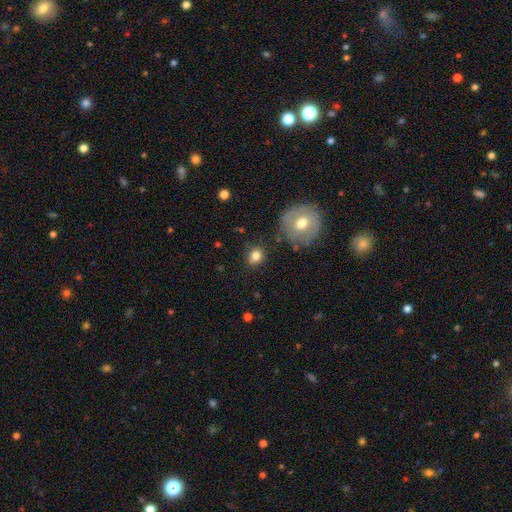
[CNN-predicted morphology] smooth-or-featured: smooth: 81% | star or artifact: 11% | featured or disk: 8%
  how-rounded: round: 73% | in between: 26% | cigar-shaped: 1%
  merging: none: 81% | minor disturbance: 12% | merger: 4% | major disturbance: 4%